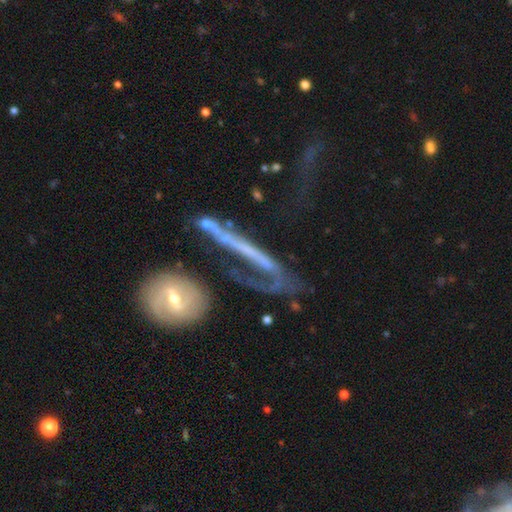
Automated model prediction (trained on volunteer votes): Smooth or featured? Predicted: featured or disk (p=0.67). Edge-on disk? Predicted: no (p=0.55). Merging? Predicted: major disturbance (p=0.40).